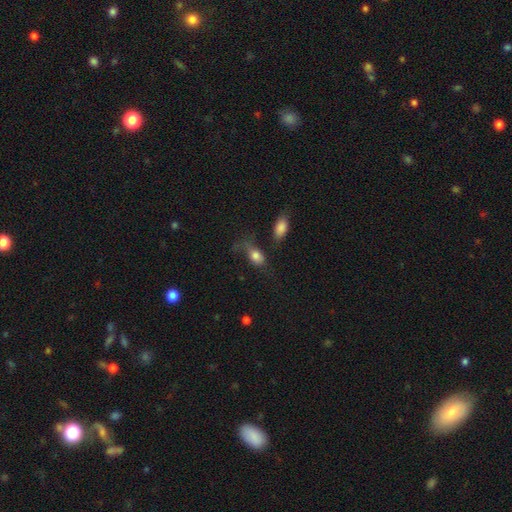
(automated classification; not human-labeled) A smooth galaxy with no disk features (78%) that is in between round and cigar-shaped (80%). Merging: none (33%, tied with major disturbance).